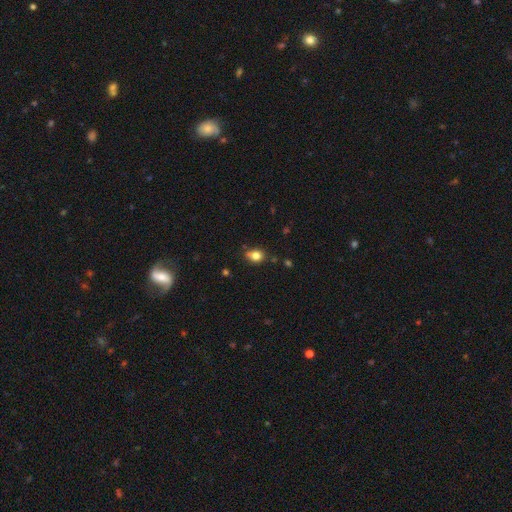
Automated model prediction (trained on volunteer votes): Overall: smooth (80%). How rounded: round (53%; in between 46%). Merging: none (70%).